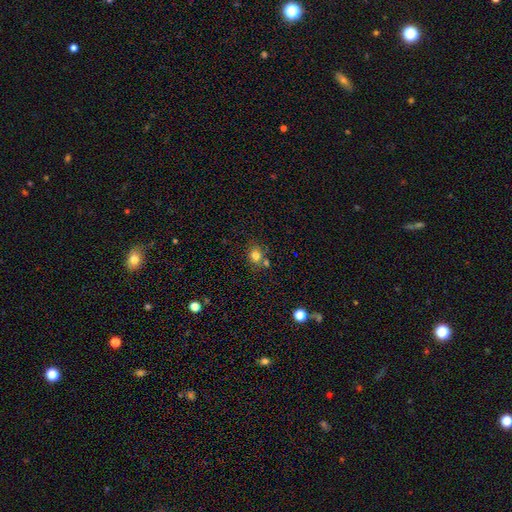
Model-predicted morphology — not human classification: Smooth or featured? Predicted: smooth (p=0.78). How rounded? Predicted: round (p=0.64). Merging? Predicted: none (p=0.62).